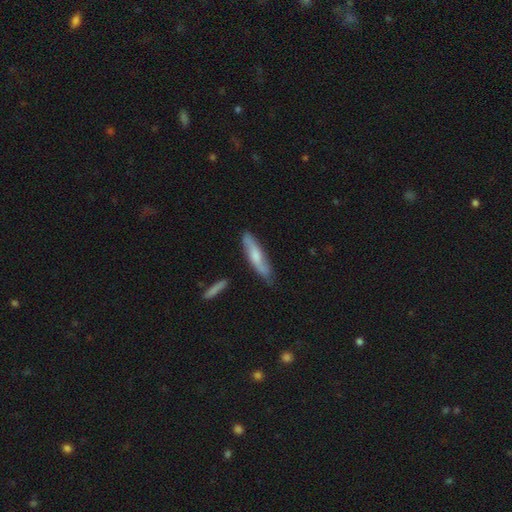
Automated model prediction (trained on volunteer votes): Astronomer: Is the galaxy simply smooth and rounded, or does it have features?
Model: smooth — 51% (runner-up: featured or disk, 43%).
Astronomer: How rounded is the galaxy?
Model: cigar-shaped — 78%.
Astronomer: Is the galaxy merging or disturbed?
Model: none — 73%.